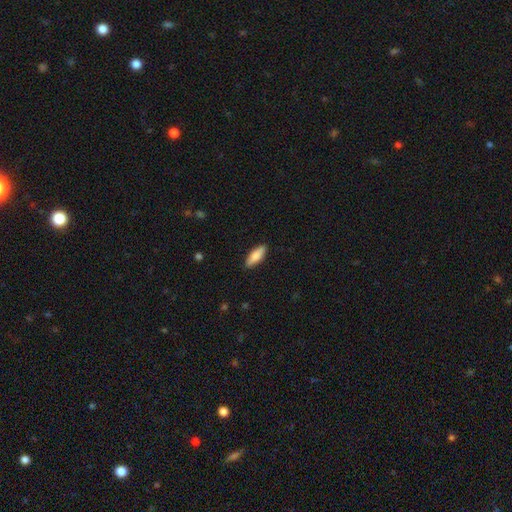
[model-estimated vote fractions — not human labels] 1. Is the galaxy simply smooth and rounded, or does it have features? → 74% smooth, 20% featured or disk, 6% star or artifact.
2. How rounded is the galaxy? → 55% in between, 43% cigar-shaped, 2% round.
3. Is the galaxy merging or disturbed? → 87% none, 10% minor disturbance, 2% major disturbance, 1% merger.